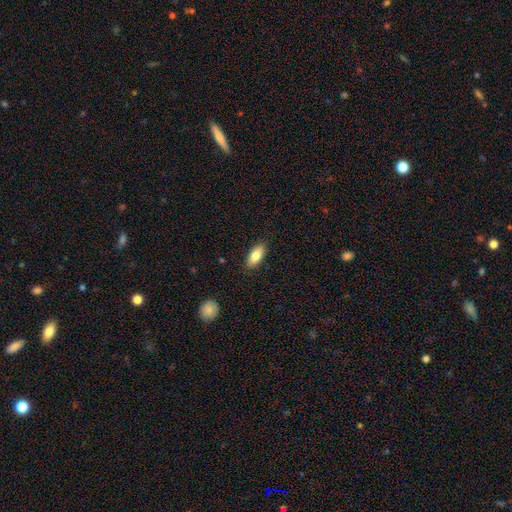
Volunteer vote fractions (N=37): Overall: smooth (76%). How rounded: in between (89%). Merging: none (94%).